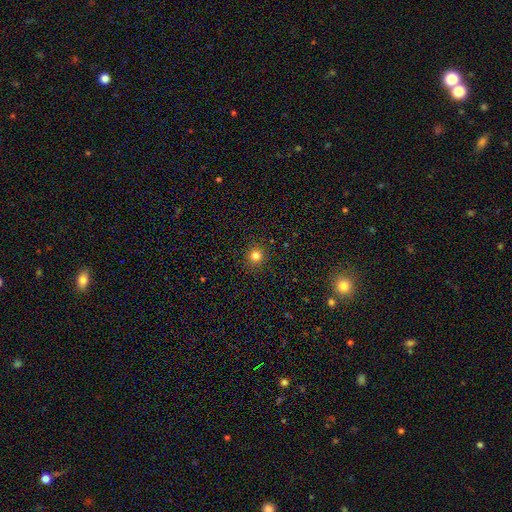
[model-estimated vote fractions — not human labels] Smooth or featured: smooth — 80% (star or artifact — 15%)
How rounded: round — 93% (in between — 6%)
Merging: none — 91% (minor disturbance — 6%)